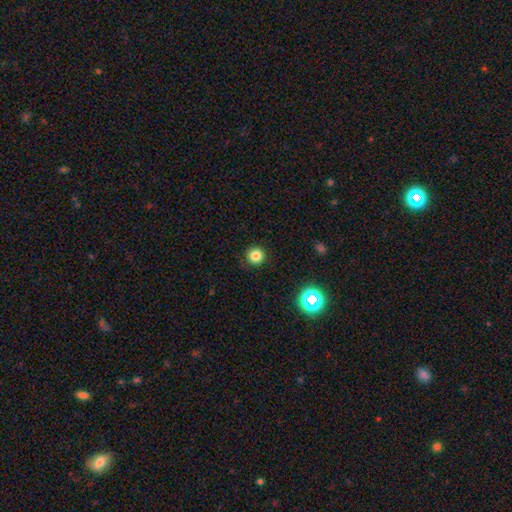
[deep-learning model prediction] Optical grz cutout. It shows a smooth galaxy with no disk features (81%) that is round (96%). Merging: none (90%).